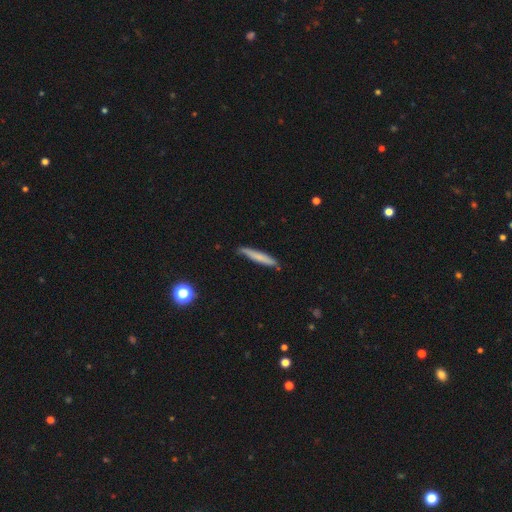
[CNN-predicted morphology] type=smooth (70%); roundness=cigar-shaped (95%); merging=none (84%).